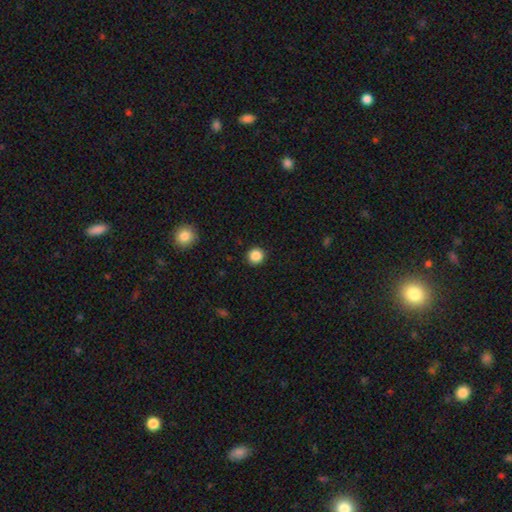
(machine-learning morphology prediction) smooth_or_featured: smooth (p=0.87) [alt: star or artifact p=0.10]
how_rounded: round (p=0.94) [alt: in between p=0.05]
merging: none (p=0.92) [alt: minor disturbance p=0.05]